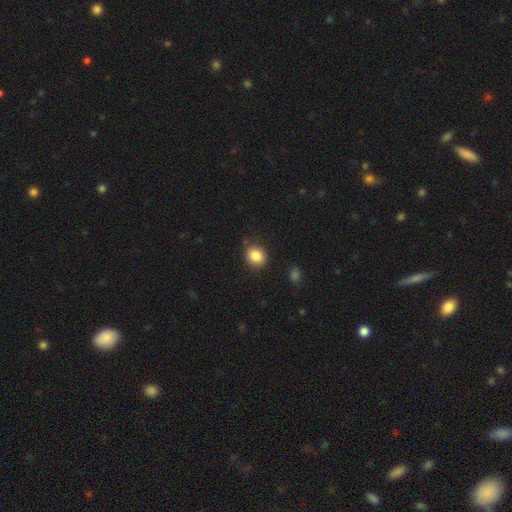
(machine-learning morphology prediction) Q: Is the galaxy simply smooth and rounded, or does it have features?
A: smooth — 85%.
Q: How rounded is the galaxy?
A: round — 67%.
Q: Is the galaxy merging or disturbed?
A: none — 83%.